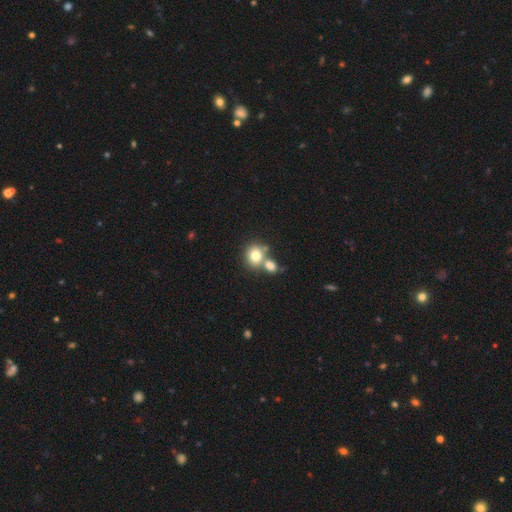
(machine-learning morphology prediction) Smooth or featured: smooth — 78% (featured or disk — 12%)
How rounded: round — 69% (in between — 30%)
Merging: merger — 48% (none — 40%)